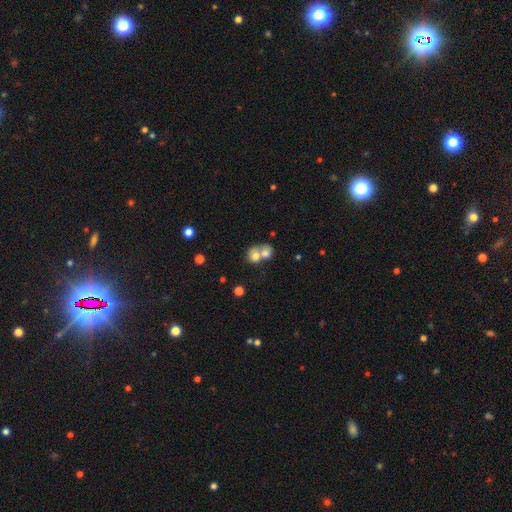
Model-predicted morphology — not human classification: A smooth galaxy with no disk features (70%) that is round (64%).

Vote fractions:
- Smooth or featured? smooth: 70% / featured or disk: 20% / star or artifact: 10%
- How rounded? round: 64% / in between: 35% / cigar-shaped: 1%
- Merging? merger: 71% / none: 19% / minor disturbance: 6% / major disturbance: 4%